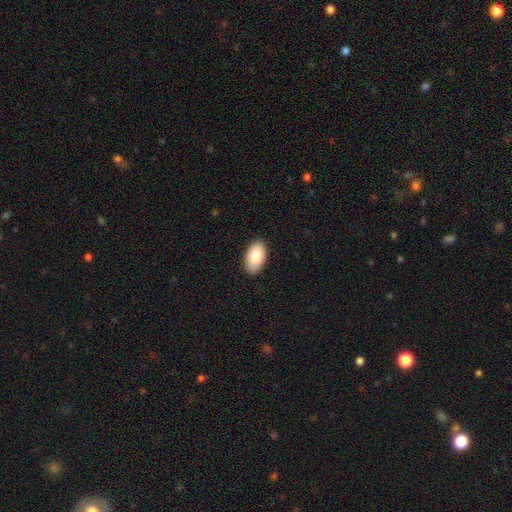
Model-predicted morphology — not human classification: Smooth or featured: smooth — 84% (featured or disk — 9%)
How rounded: in between — 95% (round — 3%)
Merging: none — 88% (minor disturbance — 10%)